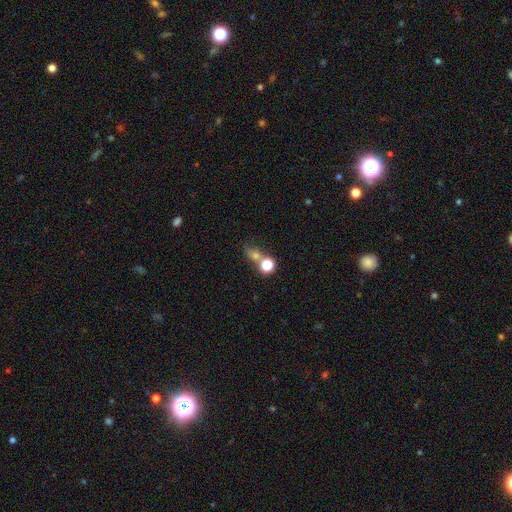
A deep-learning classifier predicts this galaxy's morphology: The model was most divided on "merging": none: 42%, merger: 37%, minor disturbance: 12%, major disturbance: 10%. More confident: how rounded — round (71%); smooth or featured — smooth (63%).